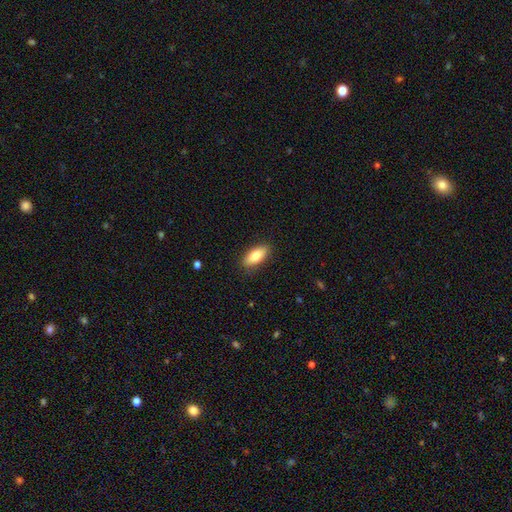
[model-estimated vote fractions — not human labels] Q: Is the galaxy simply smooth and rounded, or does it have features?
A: smooth — 81%.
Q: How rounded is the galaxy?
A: in between — 83%.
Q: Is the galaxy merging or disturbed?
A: none — 87%.